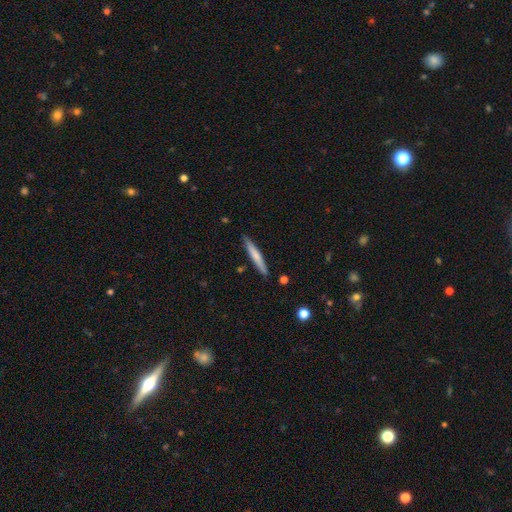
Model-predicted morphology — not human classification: smooth-or-featured: smooth: 63% | featured or disk: 31% | star or artifact: 5%
  how-rounded: cigar-shaped: 95% | in between: 4% | round: 1%
  merging: none: 87% | minor disturbance: 10% | merger: 2% | major disturbance: 2%